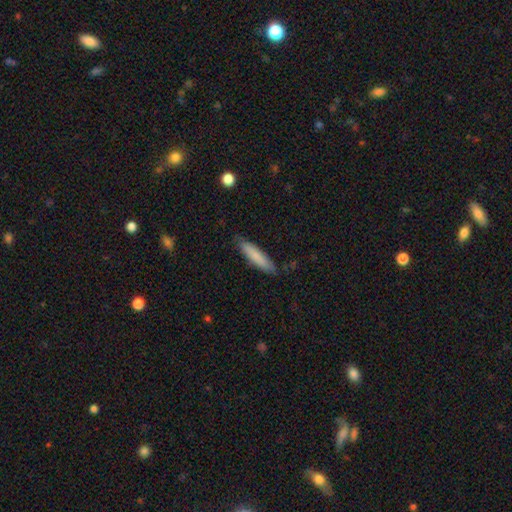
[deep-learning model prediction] Morphology: type=smooth (82%); roundness=cigar-shaped (83%); merging=none (84%).